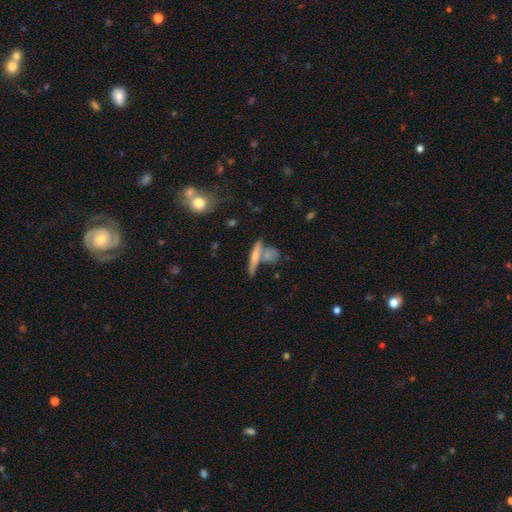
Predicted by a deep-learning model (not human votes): Smooth or featured: smooth — 51% (featured or disk — 39%)
How rounded: cigar-shaped — 79% (in between — 16%)
Merging: none — 52% (merger — 30%)